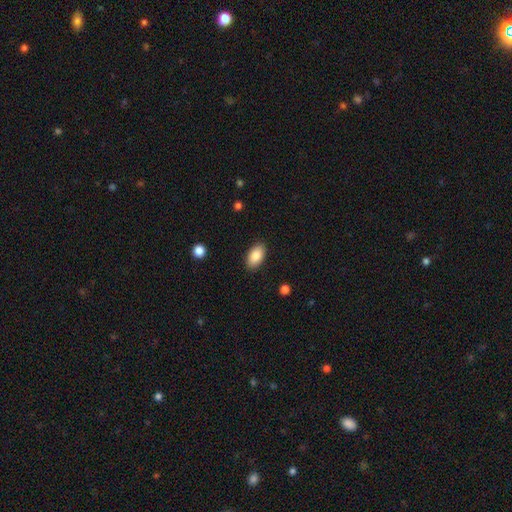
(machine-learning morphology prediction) This is clearly a smooth galaxy (87%). How rounded: clearly in between (94%). Merging: clearly none (88%).